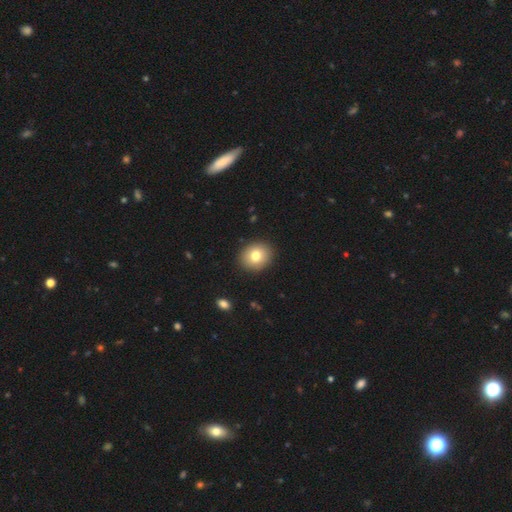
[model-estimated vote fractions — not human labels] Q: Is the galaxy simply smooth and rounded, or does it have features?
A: smooth — 77%.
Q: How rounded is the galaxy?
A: round — 61%.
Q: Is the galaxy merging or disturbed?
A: none — 90%.